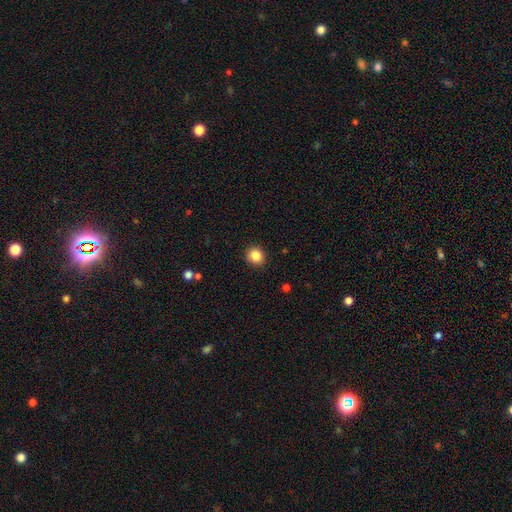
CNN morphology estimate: A smooth galaxy with no disk features (86%) that is round (84%). Merging: none (91%).